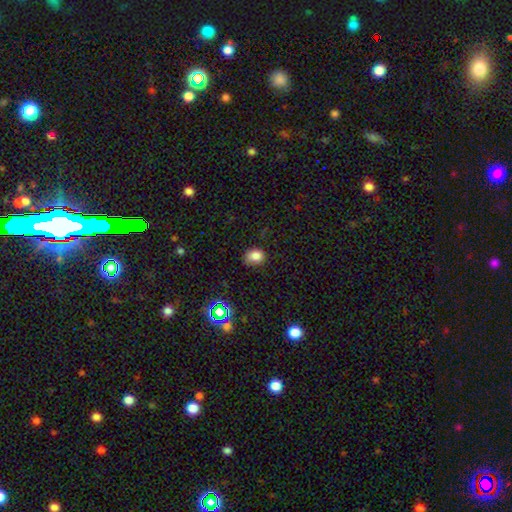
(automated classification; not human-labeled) Smooth or featured?
  - smooth: 81% *
  - star or artifact: 14%
  - featured or disk: 6%
How rounded?
  - round: 53% *
  - in between: 46%
  - cigar-shaped: 1%
Merging?
  - none: 67% *
  - minor disturbance: 25%
  - major disturbance: 6%
  - merger: 2%